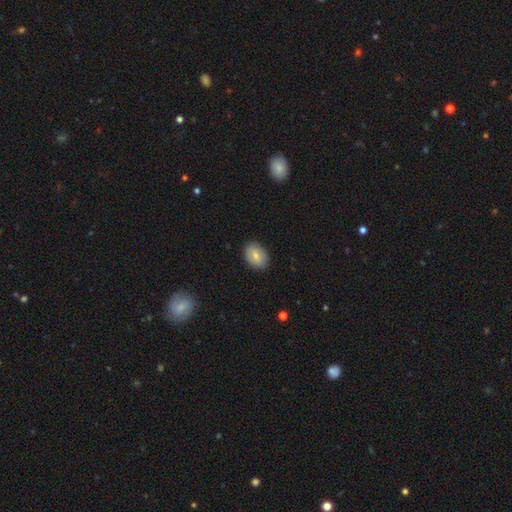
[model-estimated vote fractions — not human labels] A smooth galaxy with no disk features (81%) that is in between round and cigar-shaped (76%). Merging: none (88%).